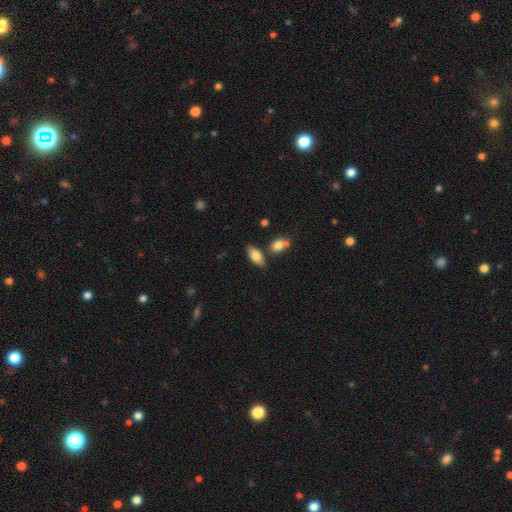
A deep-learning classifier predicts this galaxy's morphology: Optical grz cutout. It shows a smooth galaxy with no disk features (80%) that is in between round and cigar-shaped (88%). Merging: none (73%).